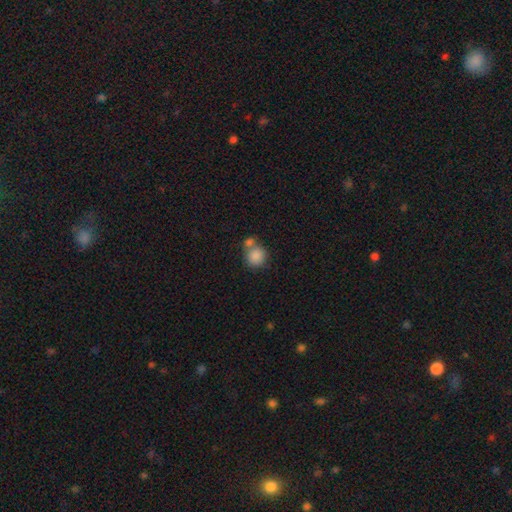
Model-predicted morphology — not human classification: Overall: smooth (85%). How rounded: round (87%). Merging: none (49%; merger 37%).